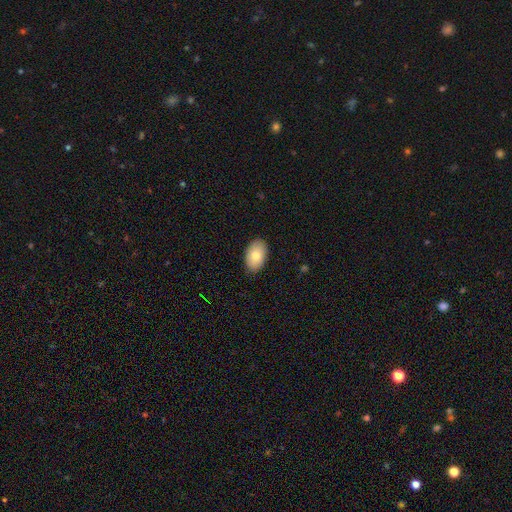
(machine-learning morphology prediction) smooth 79%, featured or disk 13%, star or artifact 7%. Down the decision tree: how rounded — in between (92%); merging — none (89%).